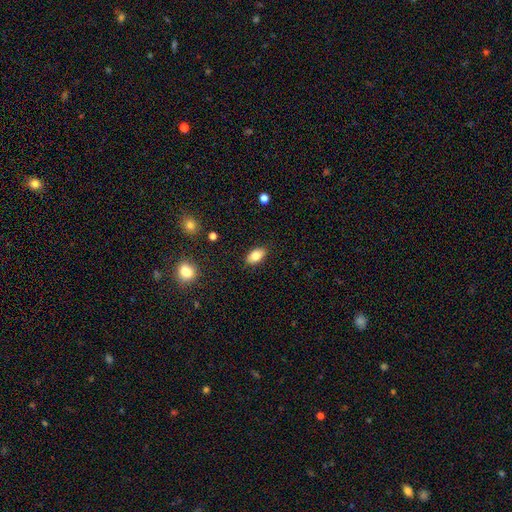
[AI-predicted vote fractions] Smooth or featured?
  - smooth: 81% *
  - featured or disk: 11%
  - star or artifact: 8%
How rounded?
  - in between: 91% *
  - round: 6%
  - cigar-shaped: 3%
Merging?
  - none: 87% *
  - minor disturbance: 10%
  - major disturbance: 2%
  - merger: 1%